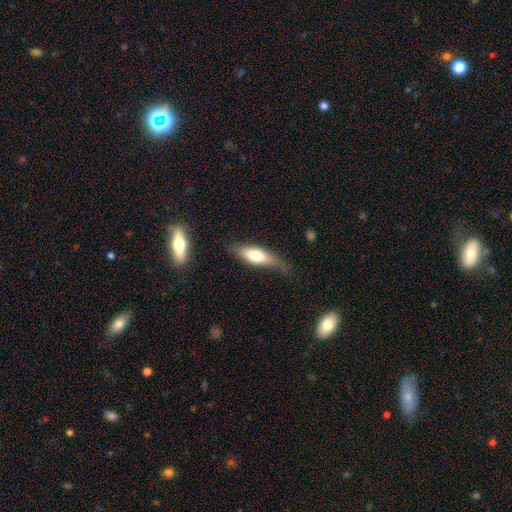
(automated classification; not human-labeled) A smooth galaxy with no disk features (59%) that is in between round and cigar-shaped (56%).

Vote fractions:
- Smooth or featured? smooth: 59% / featured or disk: 34% / star or artifact: 6%
- How rounded? in between: 56% / cigar-shaped: 42% / round: 3%
- Merging? none: 62% / minor disturbance: 27% / major disturbance: 8% / merger: 2%